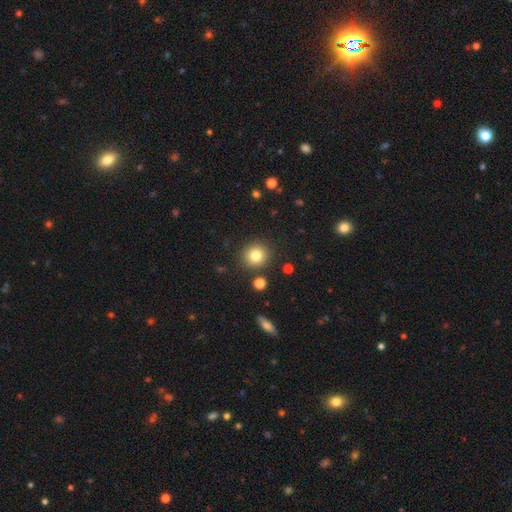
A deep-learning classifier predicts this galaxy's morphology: smooth_or_featured: smooth (p=0.81) [alt: star or artifact p=0.11]
how_rounded: round (p=0.90) [alt: in between p=0.09]
merging: none (p=0.88) [alt: minor disturbance p=0.07]